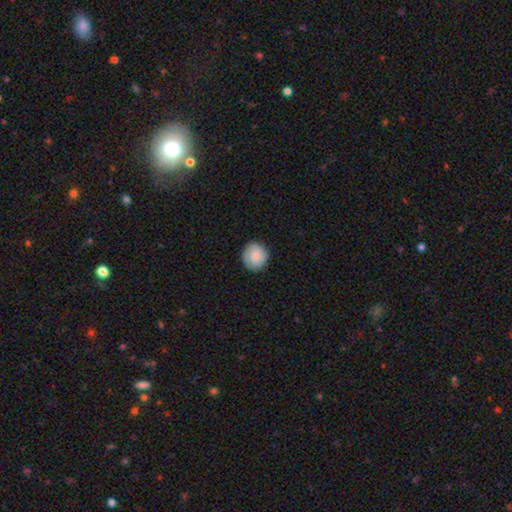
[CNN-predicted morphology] A smooth galaxy with no disk features (77%) that is round (83%). Merging: none (85%).